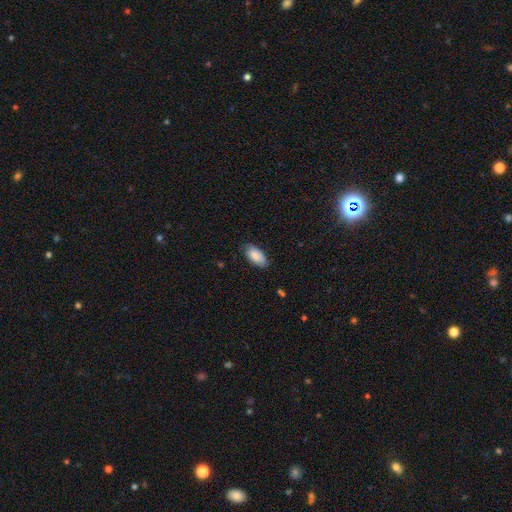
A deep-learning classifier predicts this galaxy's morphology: This is clearly a smooth galaxy (86%). How rounded: clearly in between (93%). Merging: likely none (76%).